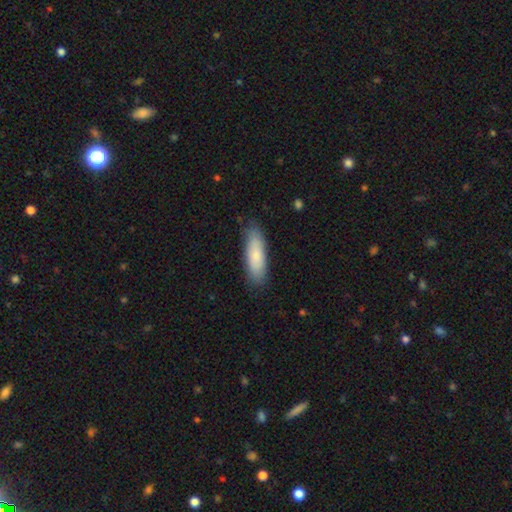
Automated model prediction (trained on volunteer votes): Morphology: type=smooth (80%); roundness=cigar-shaped (52%); merging=none (82%).